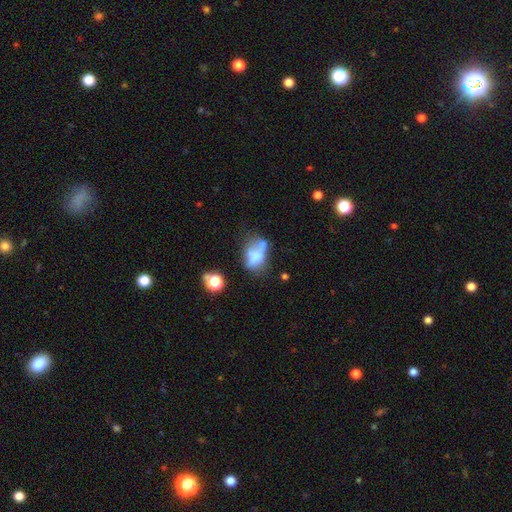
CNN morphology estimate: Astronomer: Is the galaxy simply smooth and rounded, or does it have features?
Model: smooth — 54% (runner-up: featured or disk, 33%).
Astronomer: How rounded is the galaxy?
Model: in between — 78%.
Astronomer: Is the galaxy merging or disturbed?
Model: none — 27% (runner-up: merger, 26%).